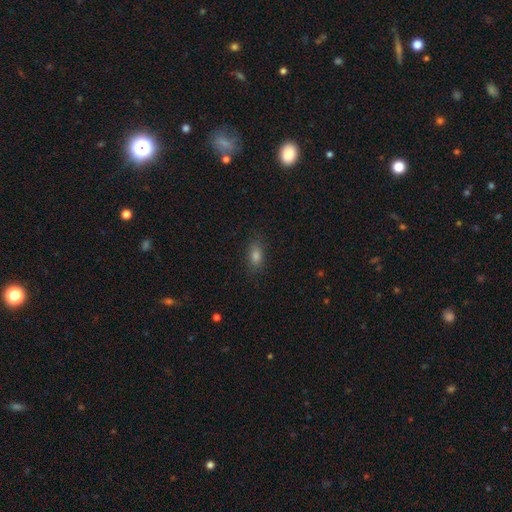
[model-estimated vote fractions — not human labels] A smooth galaxy with no disk features (75%) that is in between round and cigar-shaped (78%). Merging: none (84%).